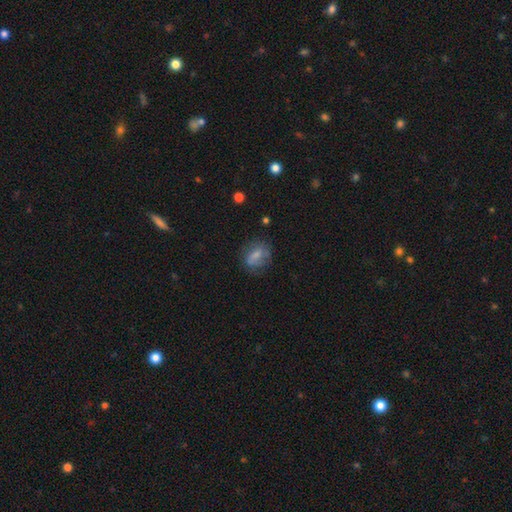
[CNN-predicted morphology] Smooth or featured?
  - smooth: 62% *
  - featured or disk: 29%
  - star or artifact: 10%
How rounded?
  - in between: 61% *
  - round: 36%
  - cigar-shaped: 3%
Merging?
  - none: 58% *
  - minor disturbance: 25%
  - major disturbance: 15%
  - merger: 2%